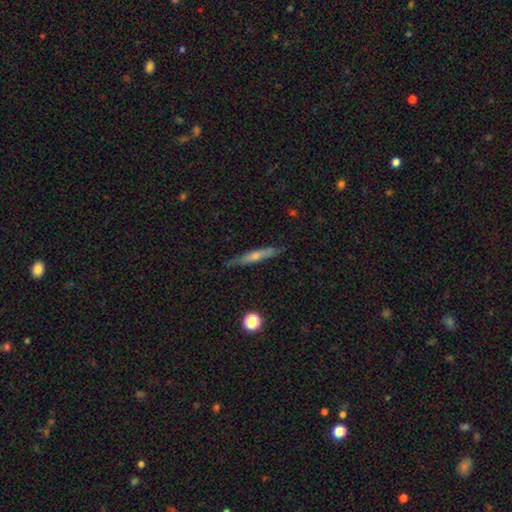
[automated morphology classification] The model was most divided on "smooth or featured": featured or disk: 52%, smooth: 41%, star or artifact: 8%. More confident: edge-on disk — yes (91%); merging — none (85%).